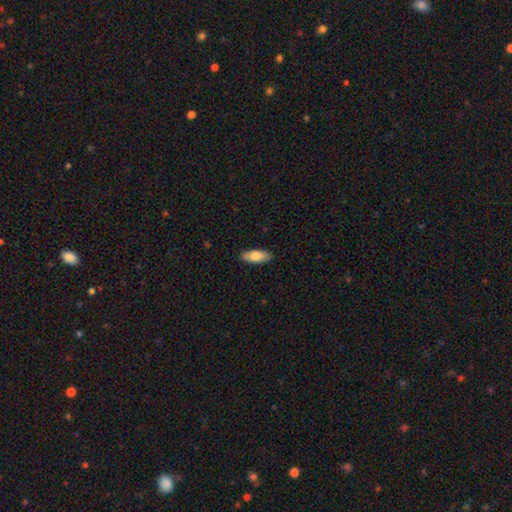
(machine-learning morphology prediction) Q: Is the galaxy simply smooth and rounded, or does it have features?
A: smooth — 82%.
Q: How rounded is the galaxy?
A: in between — 76%.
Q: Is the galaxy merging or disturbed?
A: none — 89%.